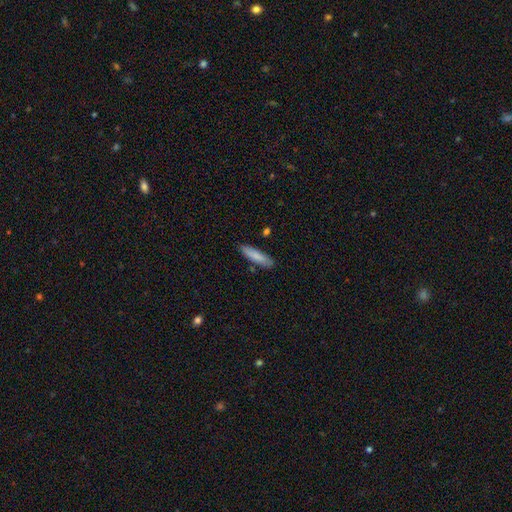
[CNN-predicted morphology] Q: Smooth or featured?
A: smooth (83%); runner-up: featured or disk (11%)
Q: How rounded?
A: cigar-shaped (70%); runner-up: in between (29%)
Q: Merging?
A: none (83%); runner-up: minor disturbance (12%)